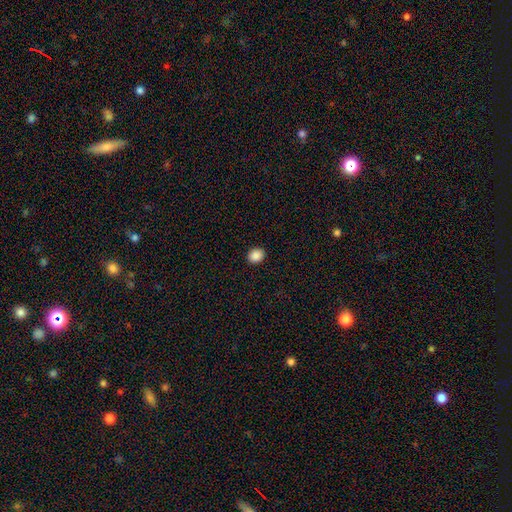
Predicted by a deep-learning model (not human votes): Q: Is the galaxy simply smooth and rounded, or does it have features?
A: smooth — 88%.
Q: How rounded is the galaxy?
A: round — 60%.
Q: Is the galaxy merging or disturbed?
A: none — 92%.